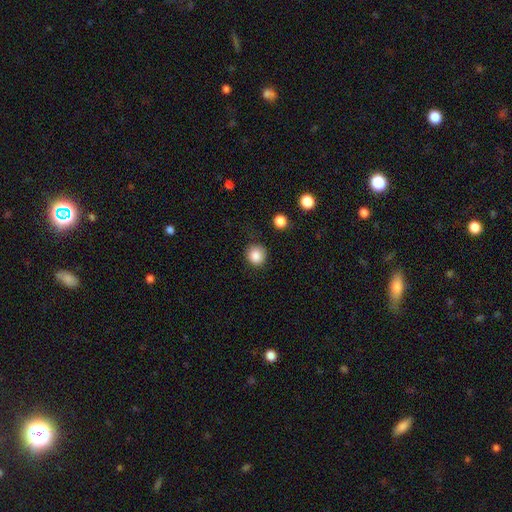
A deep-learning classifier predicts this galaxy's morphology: type=smooth (87%); roundness=round (91%); merging=none (82%).